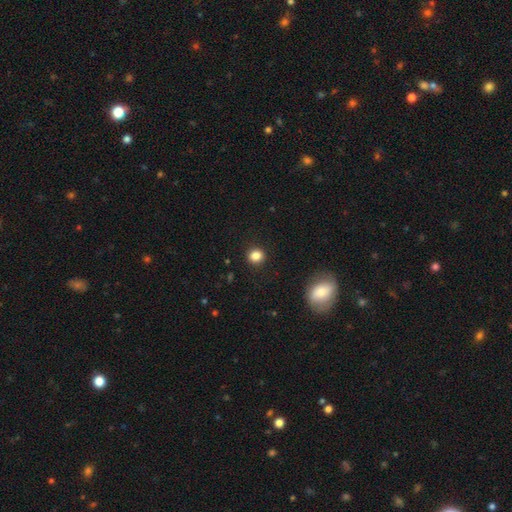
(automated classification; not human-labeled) Q: Smooth or featured?
A: smooth (84%); runner-up: star or artifact (12%)
Q: How rounded?
A: round (81%); runner-up: in between (18%)
Q: Merging?
A: none (91%); runner-up: minor disturbance (6%)